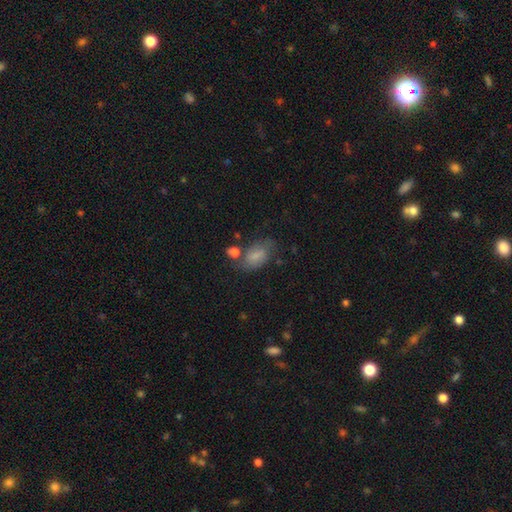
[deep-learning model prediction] Smooth or featured? Predicted: smooth (p=0.69). How rounded? Predicted: in between (p=0.87). Merging? Predicted: none (p=0.53).